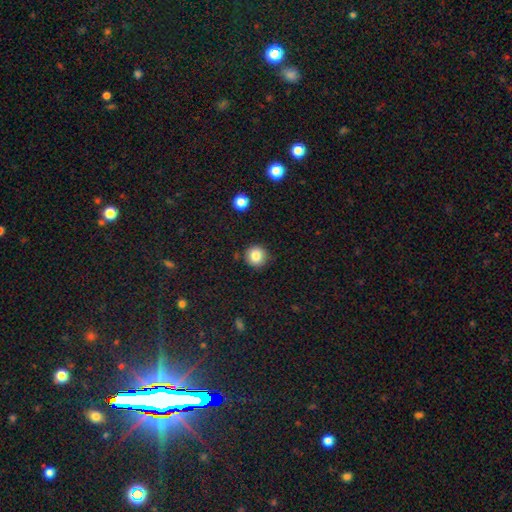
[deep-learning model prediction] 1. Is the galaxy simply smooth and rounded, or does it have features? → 84% smooth, 10% star or artifact, 6% featured or disk.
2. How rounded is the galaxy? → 94% round, 5% in between, 1% cigar-shaped.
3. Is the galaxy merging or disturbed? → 86% none, 9% minor disturbance, 2% major disturbance, 2% merger.